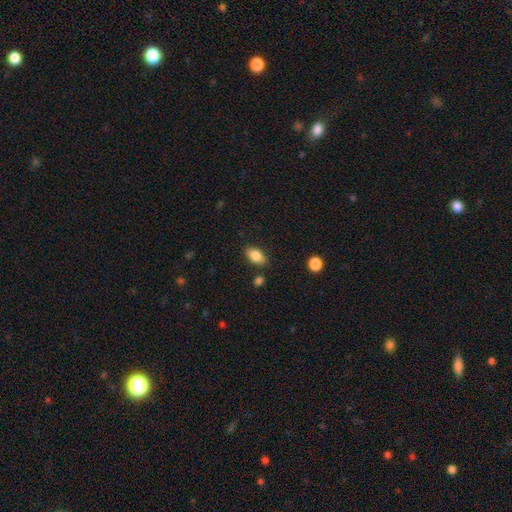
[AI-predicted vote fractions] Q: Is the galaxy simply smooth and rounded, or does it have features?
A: smooth — 83%.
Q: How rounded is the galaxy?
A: in between — 91%.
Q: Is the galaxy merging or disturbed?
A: none — 84%.